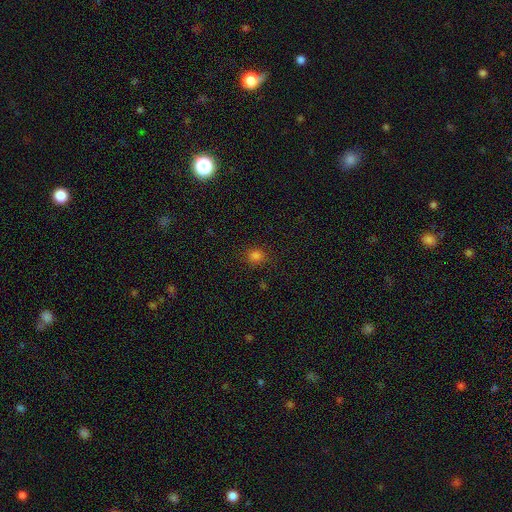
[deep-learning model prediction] A smooth galaxy with no disk features (80%) that is round (78%).

Vote fractions:
- Smooth or featured? smooth: 80% / star or artifact: 16% / featured or disk: 4%
- How rounded? round: 78% / in between: 21% / cigar-shaped: 1%
- Merging? none: 86% / minor disturbance: 10% / major disturbance: 3% / merger: 1%